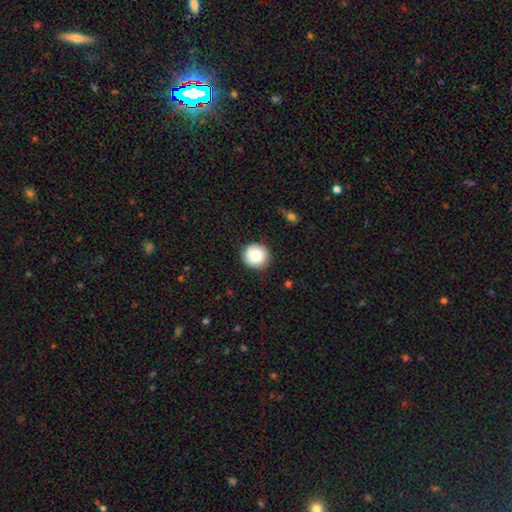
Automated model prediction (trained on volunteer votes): Q: Smooth or featured?
A: smooth (83%); runner-up: featured or disk (9%)
Q: How rounded?
A: round (93%); runner-up: in between (6%)
Q: Merging?
A: none (84%); runner-up: minor disturbance (12%)